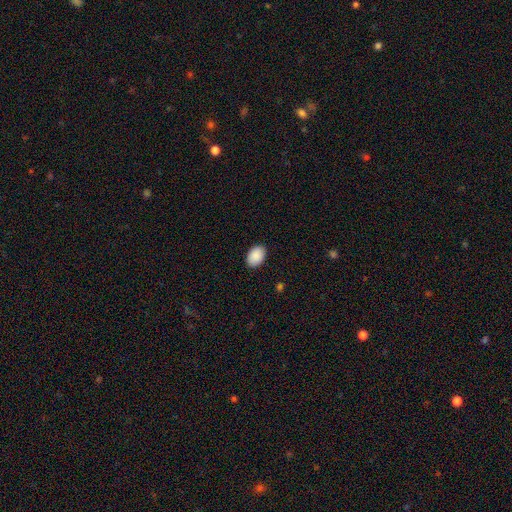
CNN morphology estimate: Overall: smooth (91%). How rounded: in between (85%). Merging: none (89%).